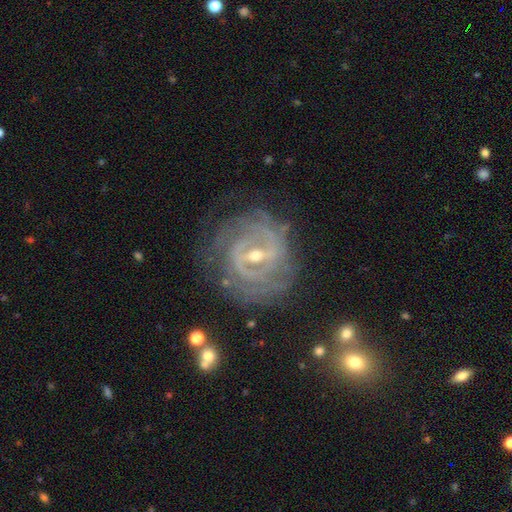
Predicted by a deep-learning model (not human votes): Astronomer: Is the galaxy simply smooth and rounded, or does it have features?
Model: featured or disk — 89%.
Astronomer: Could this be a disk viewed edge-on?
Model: no — 95%.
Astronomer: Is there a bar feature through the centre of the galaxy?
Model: strong — 51% (runner-up: weak, 38%).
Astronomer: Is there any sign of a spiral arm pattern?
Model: yes — 90%.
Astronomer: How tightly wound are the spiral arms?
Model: tight — 70%.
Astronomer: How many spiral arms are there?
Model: can't tell — 37% (runner-up: 2, 25%).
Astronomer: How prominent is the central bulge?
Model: moderate — 52% (runner-up: small, 44%).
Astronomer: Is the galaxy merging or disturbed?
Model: none — 73%.